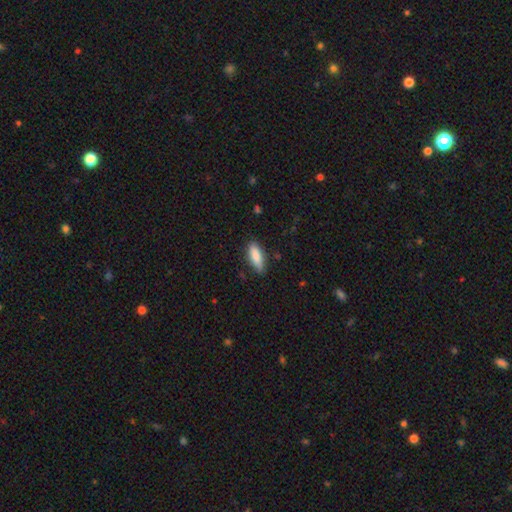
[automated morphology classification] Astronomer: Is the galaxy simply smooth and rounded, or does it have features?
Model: smooth — 87%.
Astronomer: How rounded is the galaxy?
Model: in between — 67%.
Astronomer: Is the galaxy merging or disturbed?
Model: none — 81%.